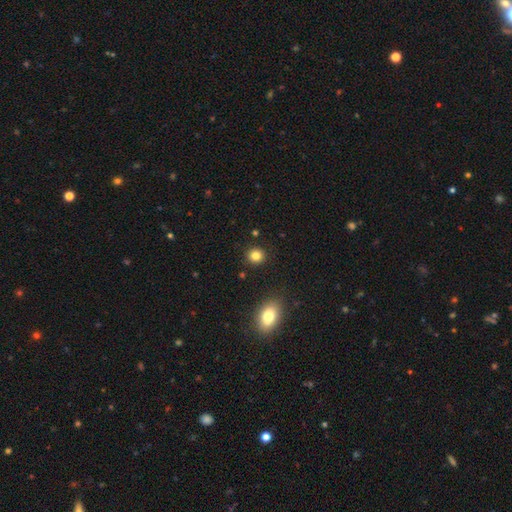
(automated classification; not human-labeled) The model was most divided on "smooth or featured": smooth: 83%, star or artifact: 11%, featured or disk: 5%. More confident: merging — none (91%); how rounded — round (88%).